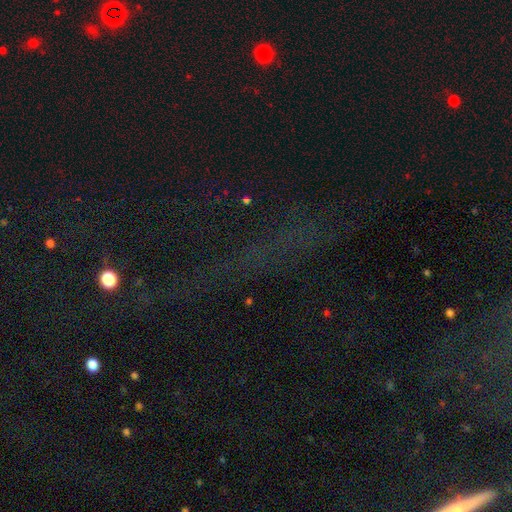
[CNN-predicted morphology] This appears to be a star or artifact, not a galaxy (74%).